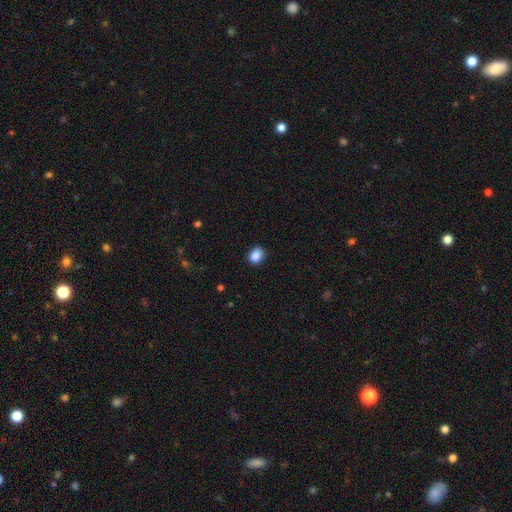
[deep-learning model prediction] Overall: smooth (88%). How rounded: in between (53%; round 46%). Merging: none (85%).